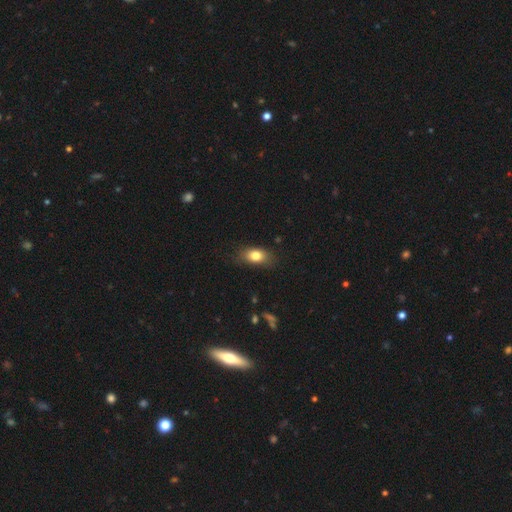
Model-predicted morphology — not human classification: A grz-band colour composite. It shows a smooth galaxy with no disk features (80%) that is in between round and cigar-shaped (84%). Merging: none (75%).